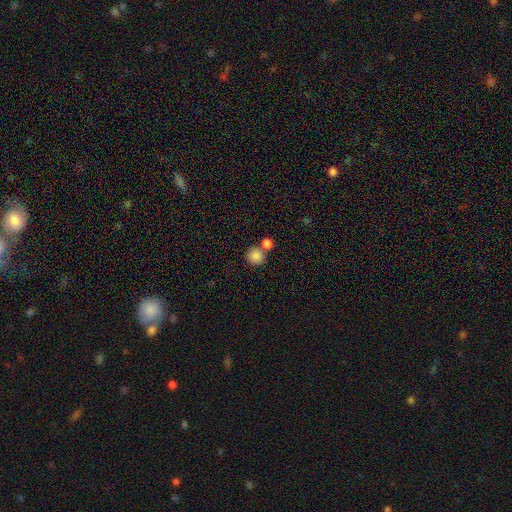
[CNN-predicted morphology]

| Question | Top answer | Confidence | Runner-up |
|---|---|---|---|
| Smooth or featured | smooth | 86% | star or artifact (9%) |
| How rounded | round | 90% | in between (9%) |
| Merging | none | 55% | merger (35%) |